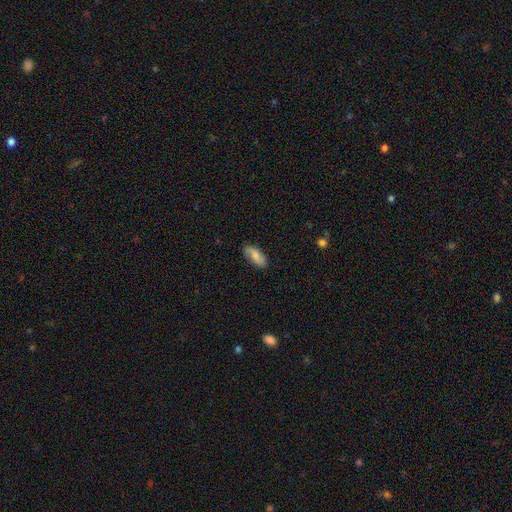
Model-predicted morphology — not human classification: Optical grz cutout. It shows a smooth galaxy with no disk features (70%) that is in between round and cigar-shaped (83%). Merging: none (81%).